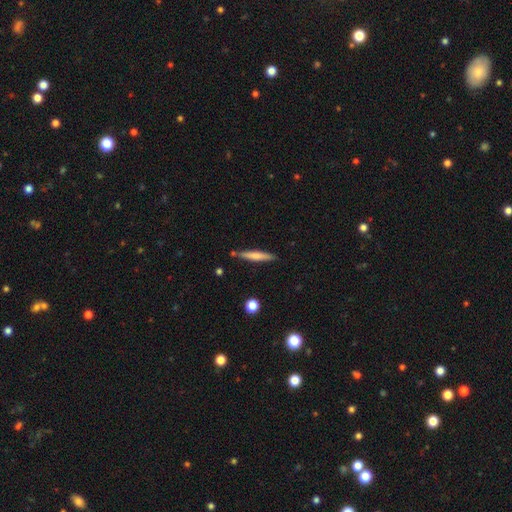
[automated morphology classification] smooth-or-featured: smooth: 63% | featured or disk: 31% | star or artifact: 6%
  how-rounded: cigar-shaped: 93% | in between: 6% | round: 1%
  merging: none: 83% | minor disturbance: 11% | merger: 4% | major disturbance: 2%